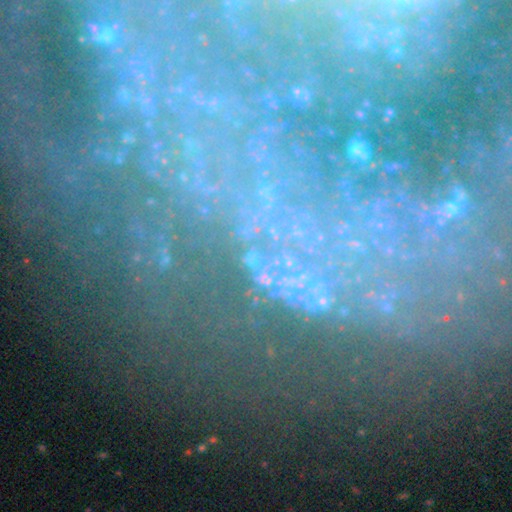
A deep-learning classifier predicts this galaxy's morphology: A star or artifact, not a galaxy (53%).

Vote fractions:
- Smooth or featured? star or artifact: 53% / featured or disk: 29% / smooth: 18%